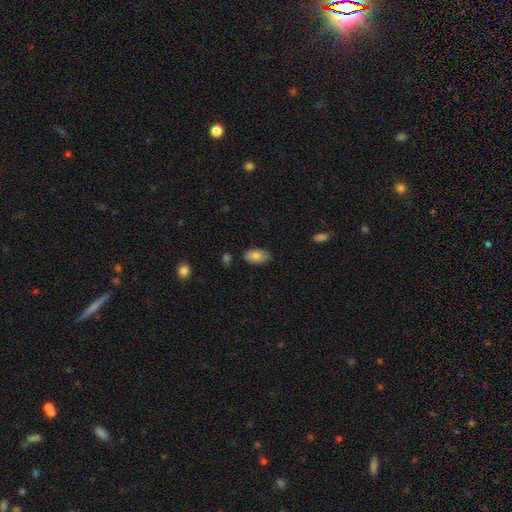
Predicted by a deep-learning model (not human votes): Smooth or featured? Predicted: smooth (p=0.79). How rounded? Predicted: in between (p=0.93). Merging? Predicted: none (p=0.81).